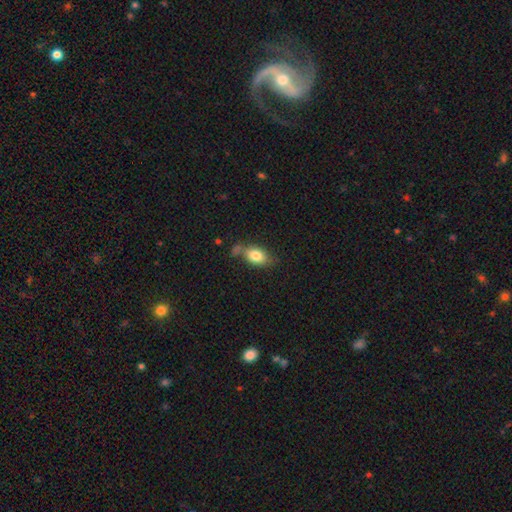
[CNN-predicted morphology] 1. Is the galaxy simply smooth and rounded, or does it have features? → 81% smooth, 12% featured or disk, 8% star or artifact.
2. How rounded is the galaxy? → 85% in between, 12% round, 3% cigar-shaped.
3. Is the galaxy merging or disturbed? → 56% none, 21% minor disturbance, 16% merger, 8% major disturbance.